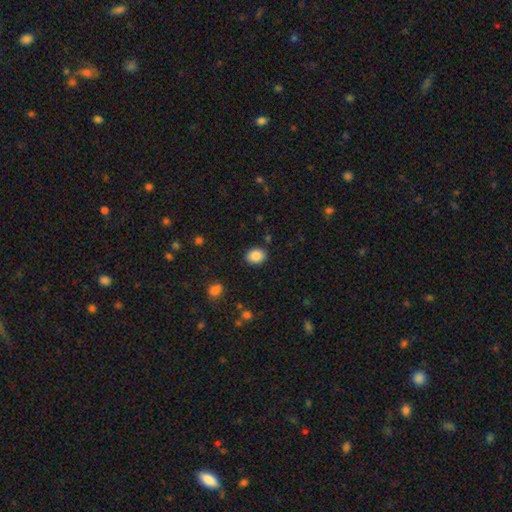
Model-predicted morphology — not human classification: type=smooth (87%); roundness=in between (57%); merging=none (87%).